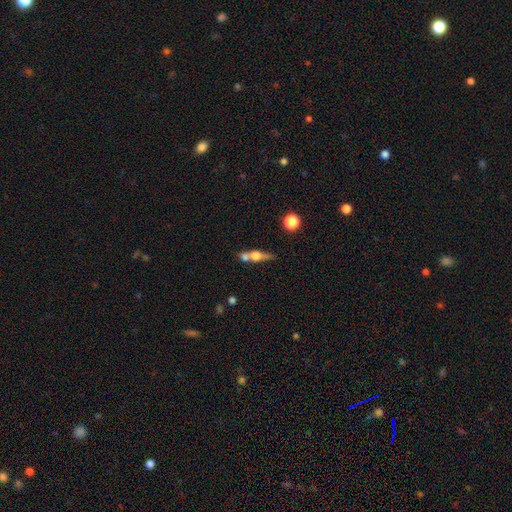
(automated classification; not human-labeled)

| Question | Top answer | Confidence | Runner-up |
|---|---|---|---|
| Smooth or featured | smooth | 46% | featured or disk (44%) |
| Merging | merger | 44% | none (39%) |